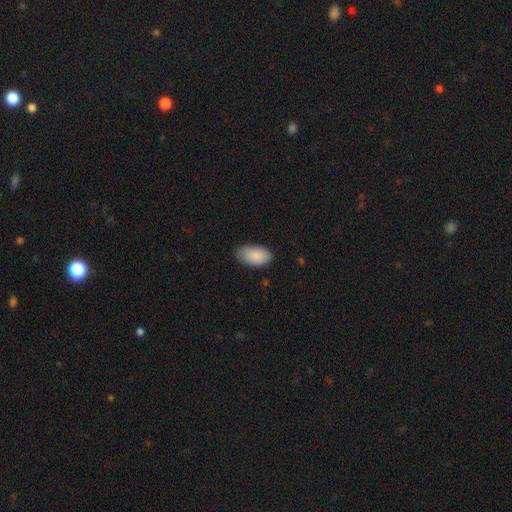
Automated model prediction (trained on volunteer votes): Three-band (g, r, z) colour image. It shows a smooth galaxy with no disk features (88%) that is in between round and cigar-shaped (95%). Merging: none (75%).